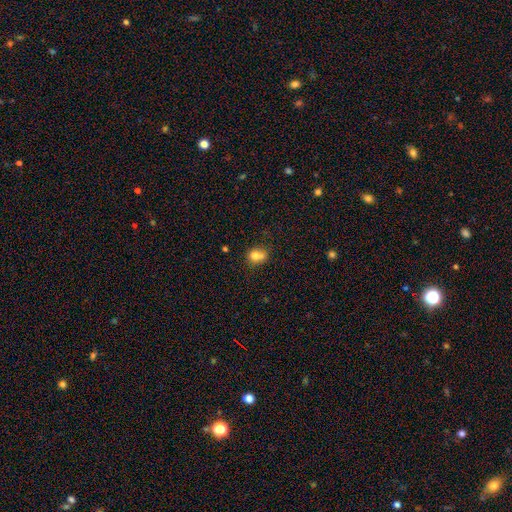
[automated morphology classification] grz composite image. It shows a smooth galaxy with no disk features (73%) that is round (66%). Merging: merger (41%).